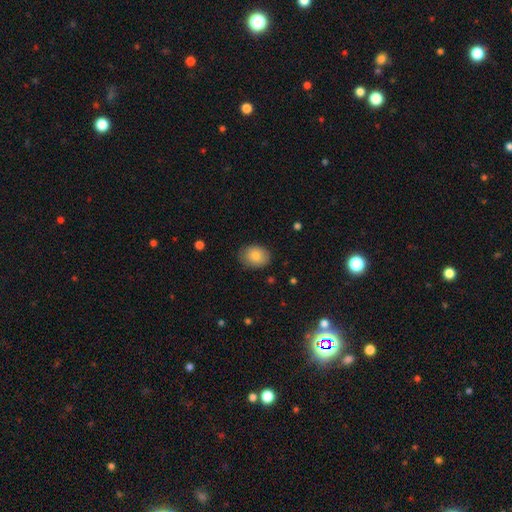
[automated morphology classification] A smooth galaxy with no disk features (83%) that is in between round and cigar-shaped (64%). Merging: none (79%).